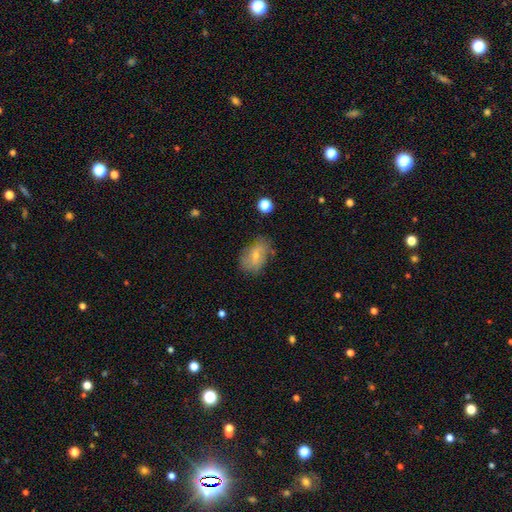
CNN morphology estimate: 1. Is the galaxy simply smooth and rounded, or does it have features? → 62% smooth, 30% featured or disk, 8% star or artifact.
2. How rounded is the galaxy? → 84% in between, 15% round, 2% cigar-shaped.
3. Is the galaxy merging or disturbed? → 60% none, 28% minor disturbance, 10% major disturbance, 3% merger.